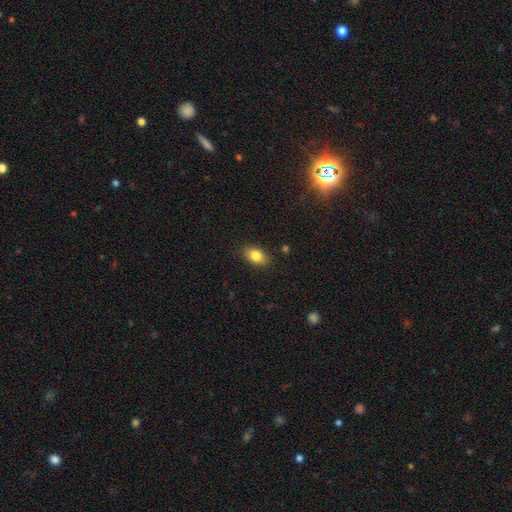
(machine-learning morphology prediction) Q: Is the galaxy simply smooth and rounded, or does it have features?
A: smooth — 83%.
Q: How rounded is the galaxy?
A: in between — 86%.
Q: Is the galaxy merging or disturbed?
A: none — 86%.